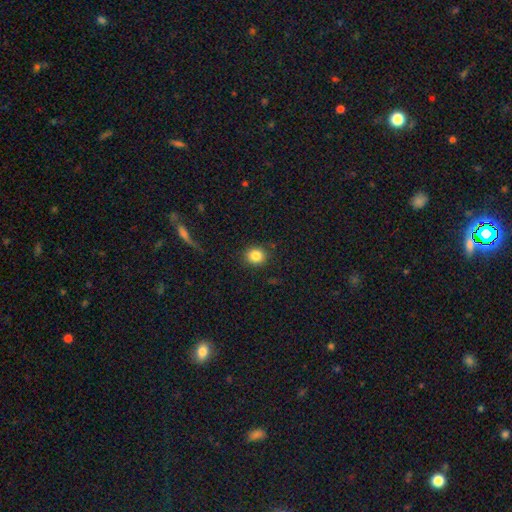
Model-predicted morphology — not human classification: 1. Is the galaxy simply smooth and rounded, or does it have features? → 85% smooth, 10% star or artifact, 5% featured or disk.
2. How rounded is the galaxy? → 81% round, 18% in between, 1% cigar-shaped.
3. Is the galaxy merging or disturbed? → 87% none, 8% minor disturbance, 3% major disturbance, 2% merger.